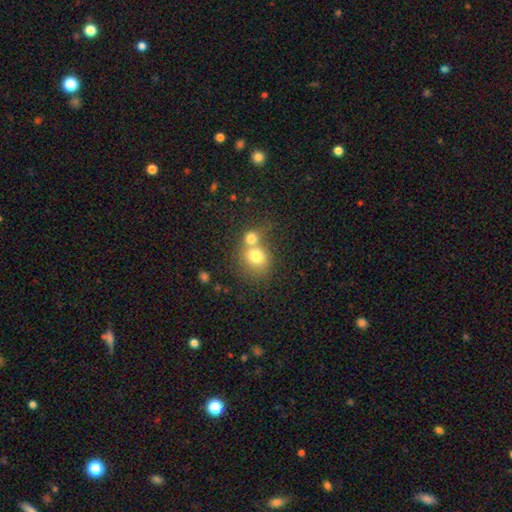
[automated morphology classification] A smooth galaxy with no disk features (74%) that is round (72%). Merging: merger (55%).